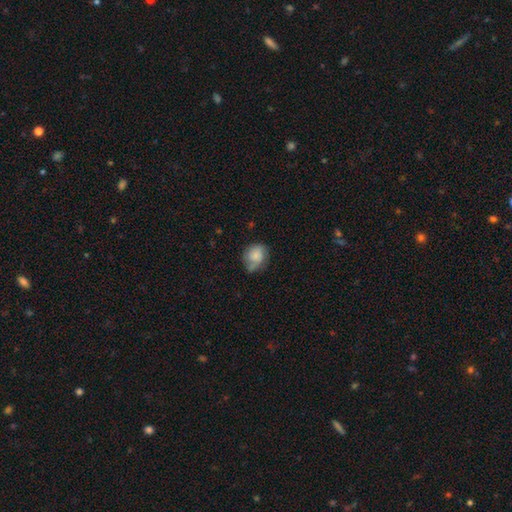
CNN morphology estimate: Q: Smooth or featured?
A: smooth (67%); runner-up: featured or disk (25%)
Q: How rounded?
A: round (58%); runner-up: in between (41%)
Q: Merging?
A: none (50%); runner-up: minor disturbance (33%)